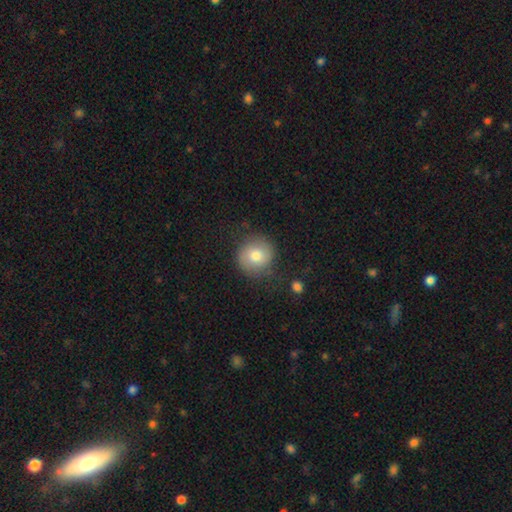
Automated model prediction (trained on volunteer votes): A smooth galaxy with no disk features (74%) that is round (90%).

Vote fractions:
- Smooth or featured? smooth: 74% / featured or disk: 17% / star or artifact: 8%
- How rounded? round: 90% / in between: 9% / cigar-shaped: 1%
- Merging? none: 78% / minor disturbance: 15% / major disturbance: 5% / merger: 2%